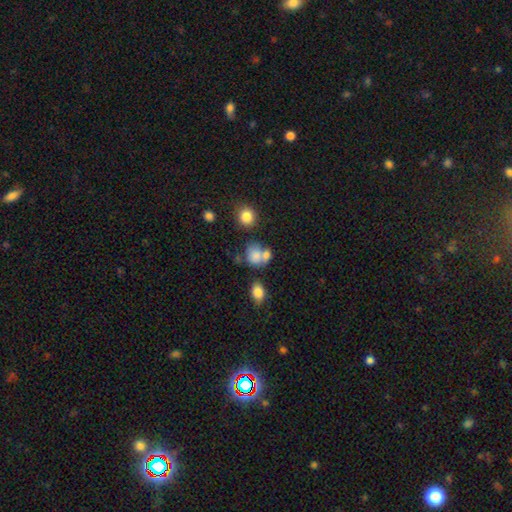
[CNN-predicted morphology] smooth-or-featured: smooth: 76% | featured or disk: 13% | star or artifact: 11%
  how-rounded: round: 61% | in between: 38% | cigar-shaped: 1%
  merging: merger: 41% | none: 38% | minor disturbance: 13% | major disturbance: 7%